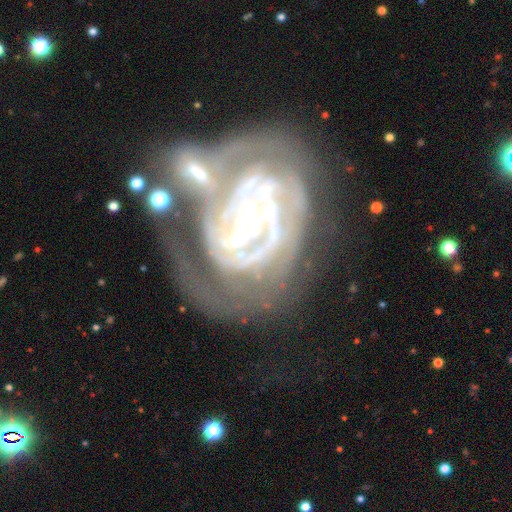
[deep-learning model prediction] smooth-or-featured: featured or disk: 87% | star or artifact: 7% | smooth: 6%
  disk-edge-on: no: 97% | yes: 3%
    bar: strong: 40% | weak: 31% | no: 29%
    has-spiral-arms: yes: 93% | no: 7%
      spiral-winding: tight: 60% | medium: 31% | loose: 9%
      spiral-arm-count: 2: 31% | can't tell: 23% | 3: 21% | 4: 10% | 1: 8% | more than 4: 7%
    bulge-size: small: 62% | moderate: 26% | none: 7% | large: 4% | dominant: 2%
  merging: merger: 38% | none: 26% | major disturbance: 21% | minor disturbance: 15%